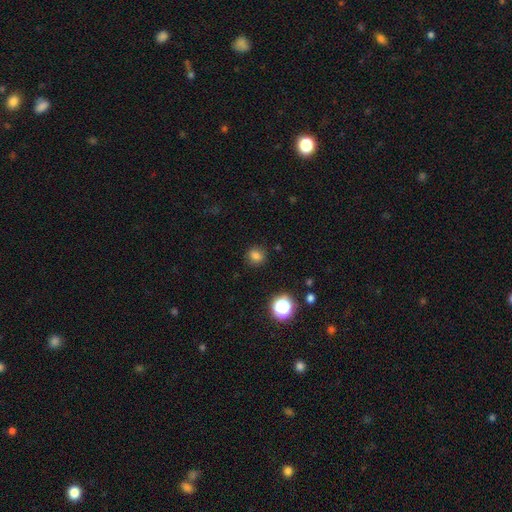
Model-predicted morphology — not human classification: This is likely a smooth galaxy (78%). How rounded: likely round (74%). Merging: clearly none (86%).